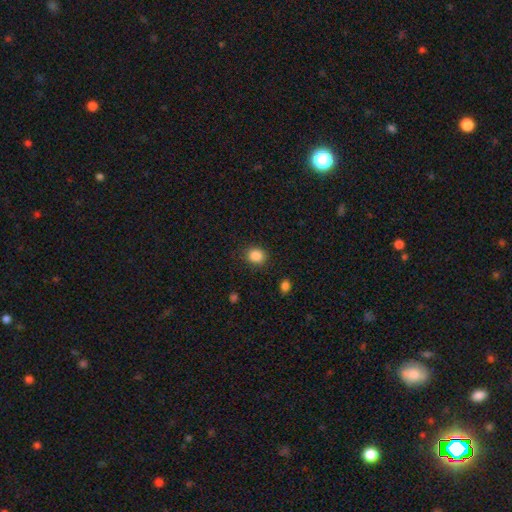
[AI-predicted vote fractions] Q: Smooth or featured?
A: smooth (86%); runner-up: star or artifact (10%)
Q: How rounded?
A: round (76%); runner-up: in between (23%)
Q: Merging?
A: none (88%); runner-up: minor disturbance (8%)